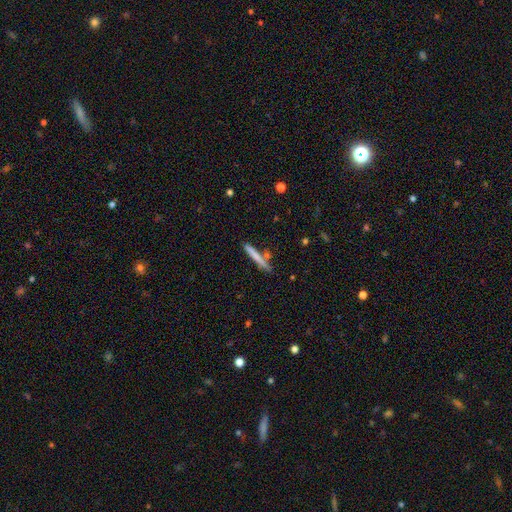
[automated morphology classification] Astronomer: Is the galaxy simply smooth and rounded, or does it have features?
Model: smooth — 70%.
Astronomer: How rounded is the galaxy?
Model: cigar-shaped — 96%.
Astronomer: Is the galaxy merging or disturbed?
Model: none — 78%.